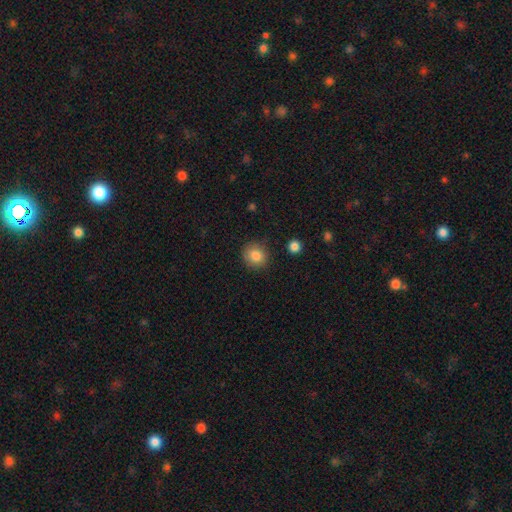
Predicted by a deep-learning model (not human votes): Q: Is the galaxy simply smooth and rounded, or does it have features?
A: smooth — 84%.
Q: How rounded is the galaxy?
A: round — 87%.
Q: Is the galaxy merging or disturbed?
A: none — 86%.